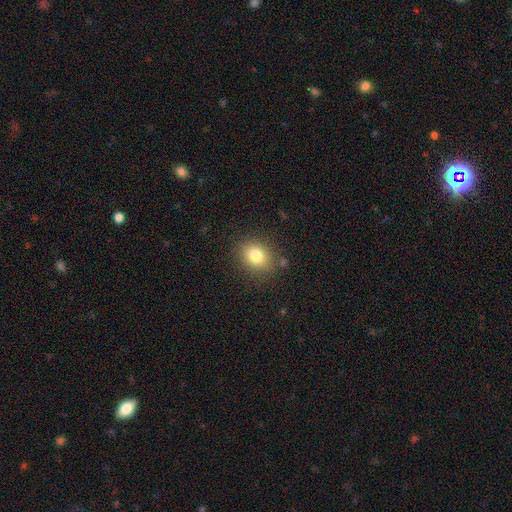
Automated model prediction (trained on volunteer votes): Smooth or featured?
  - smooth: 81% *
  - star or artifact: 11%
  - featured or disk: 9%
How rounded?
  - round: 54% *
  - in between: 45%
  - cigar-shaped: 1%
Merging?
  - none: 82% *
  - minor disturbance: 12%
  - major disturbance: 4%
  - merger: 2%